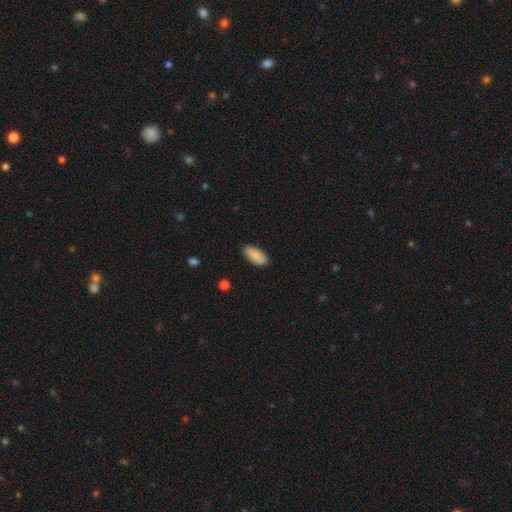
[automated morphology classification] type=smooth (90%); roundness=in between (90%); merging=none (86%).